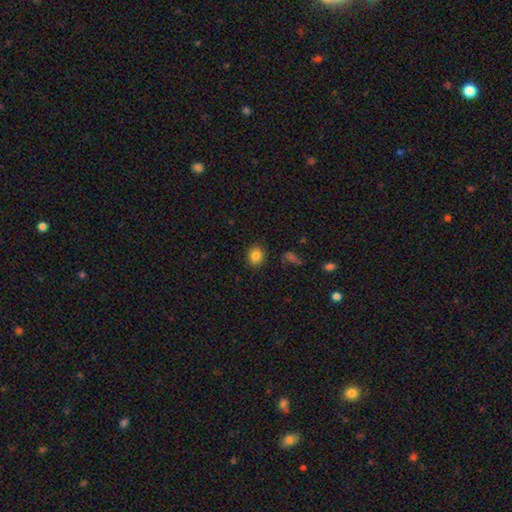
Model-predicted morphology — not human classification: Q: Smooth or featured?
A: smooth (83%); runner-up: star or artifact (11%)
Q: How rounded?
A: round (64%); runner-up: in between (35%)
Q: Merging?
A: none (88%); runner-up: minor disturbance (8%)